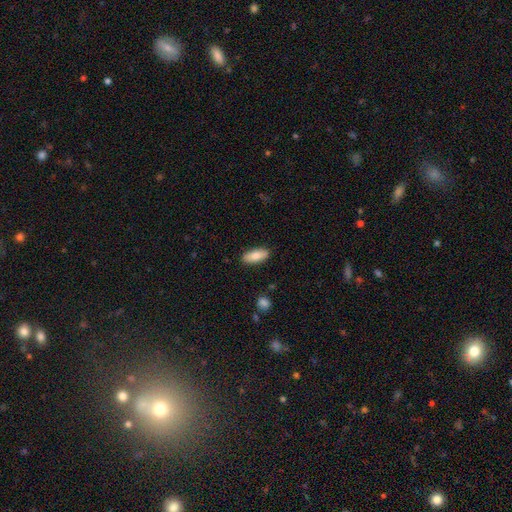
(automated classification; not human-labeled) A smooth galaxy with no disk features (82%) that is in between round and cigar-shaped (80%).

Vote fractions:
- Smooth or featured? smooth: 82% / featured or disk: 11% / star or artifact: 6%
- How rounded? in between: 80% / cigar-shaped: 18% / round: 2%
- Merging? none: 88% / minor disturbance: 9% / major disturbance: 2% / merger: 1%